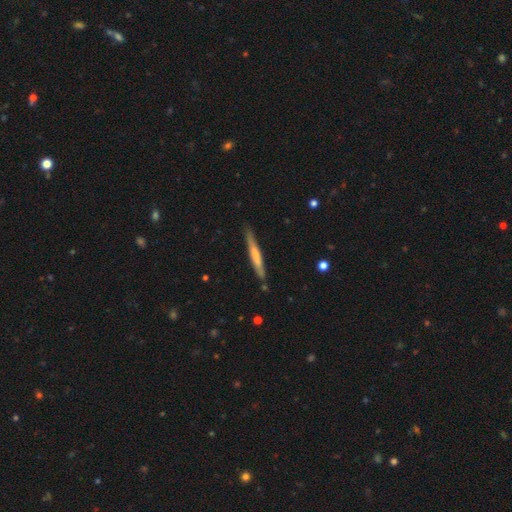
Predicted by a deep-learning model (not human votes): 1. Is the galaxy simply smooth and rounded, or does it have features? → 54% smooth, 40% featured or disk, 5% star or artifact.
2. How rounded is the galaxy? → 95% cigar-shaped, 3% in between, 1% round.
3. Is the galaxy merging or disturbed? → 83% none, 13% minor disturbance, 2% merger, 2% major disturbance.